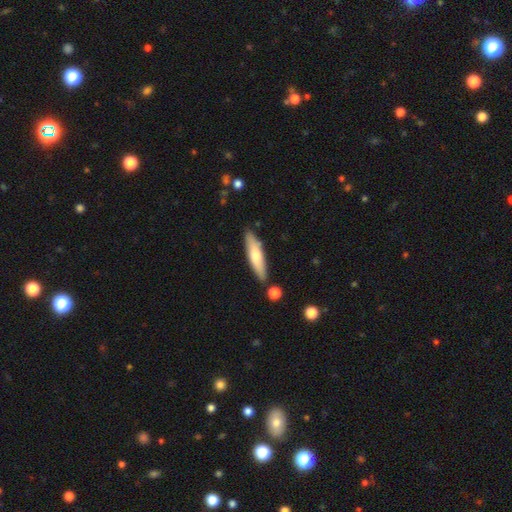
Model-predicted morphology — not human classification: A smooth galaxy with no disk features (64%) that is cigar-shaped (78%).

Vote fractions:
- Smooth or featured? smooth: 64% / featured or disk: 31% / star or artifact: 5%
- How rounded? cigar-shaped: 78% / in between: 21% / round: 2%
- Merging? none: 83% / minor disturbance: 10% / merger: 4% / major disturbance: 2%